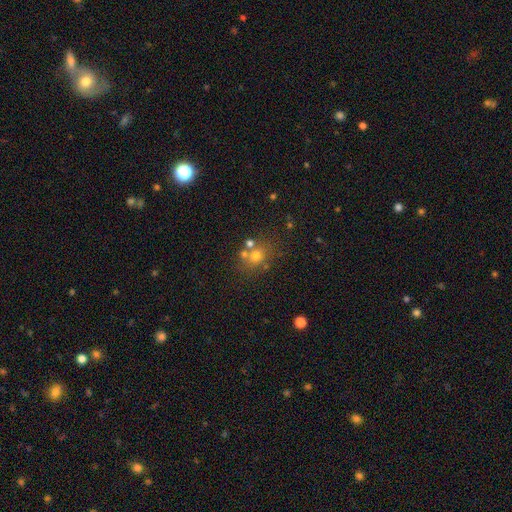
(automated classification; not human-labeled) smooth_or_featured: smooth (p=0.66) [alt: star or artifact p=0.18]
how_rounded: round (p=0.69) [alt: in between p=0.30]
merging: none (p=0.60) [alt: merger p=0.23]